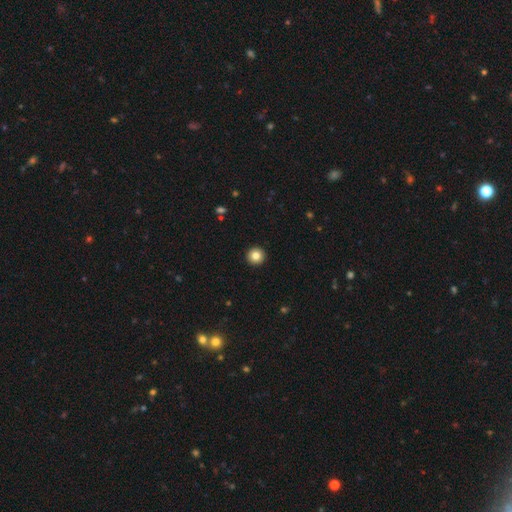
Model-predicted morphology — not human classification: Smooth or featured? smooth (83%)
How rounded? round (96%)
Merging? none (94%)